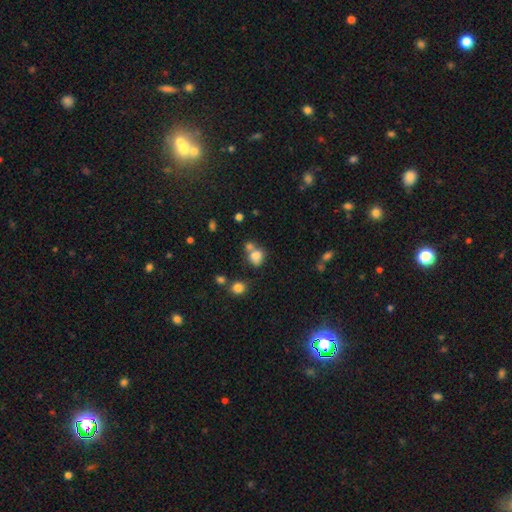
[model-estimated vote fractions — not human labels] A smooth galaxy with no disk features (76%) that is round (62%). Merging: merger (42%).